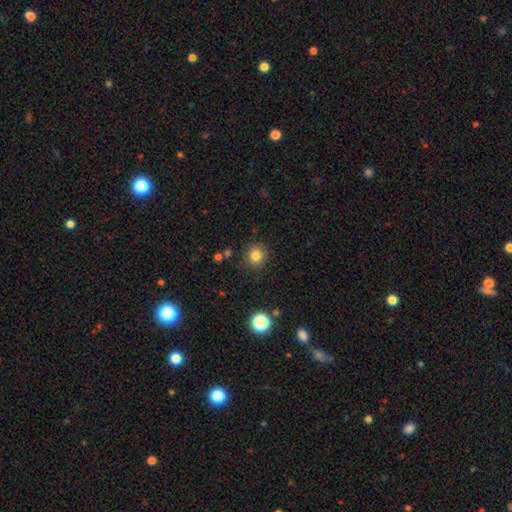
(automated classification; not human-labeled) This is clearly a smooth galaxy (82%). How rounded: clearly round (85%). Merging: clearly none (88%).